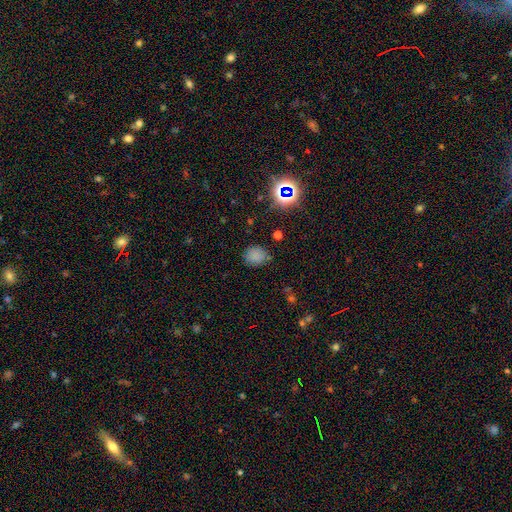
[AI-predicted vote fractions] This is likely a smooth galaxy (74%). How rounded: likely round (73%). Merging: likely none (78%).